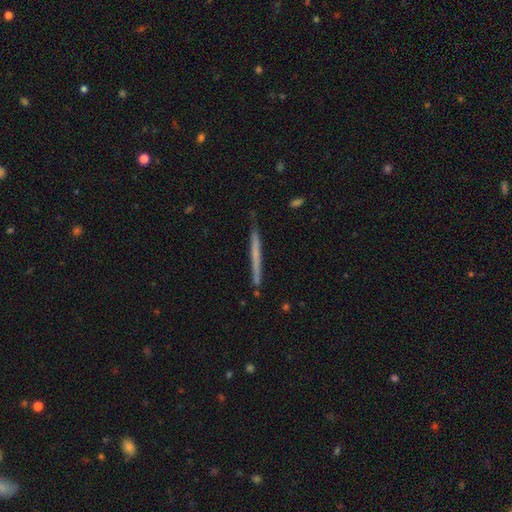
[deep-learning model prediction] A smooth galaxy with no disk features (49%). Merging: none (88%).